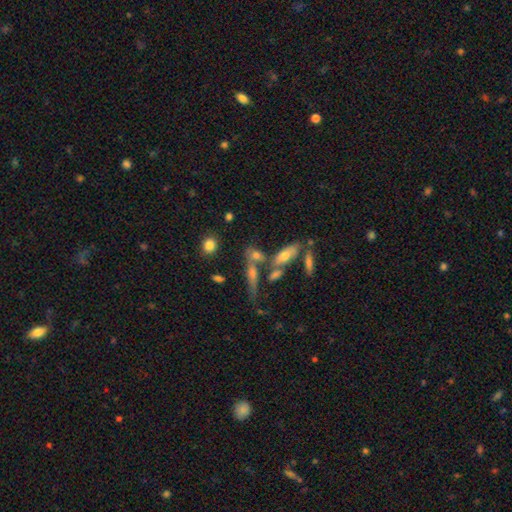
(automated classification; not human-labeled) smooth 58%, featured or disk 29%, star or artifact 13%. Down the decision tree: how rounded — in between (58%); merging — none (40%).